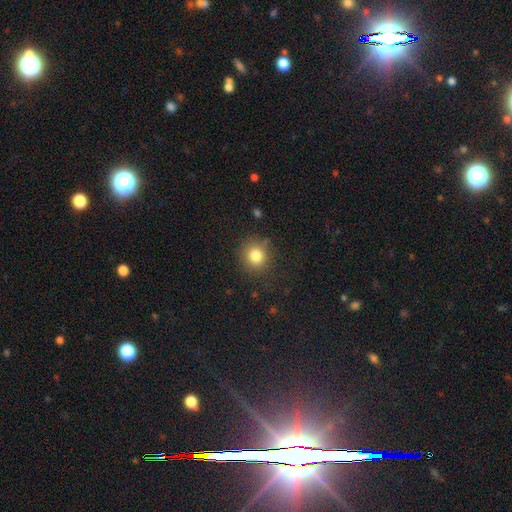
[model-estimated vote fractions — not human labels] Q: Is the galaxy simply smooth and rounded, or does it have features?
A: smooth — 82%.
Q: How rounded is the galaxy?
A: round — 87%.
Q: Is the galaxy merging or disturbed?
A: none — 84%.